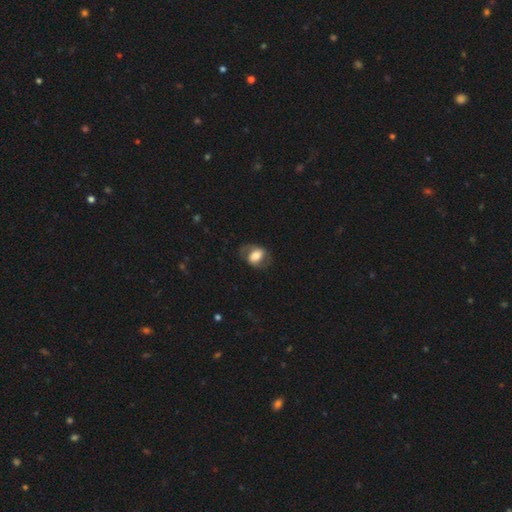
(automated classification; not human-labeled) Smooth or featured? smooth (55%)
How rounded? in between (71%)
Merging? none (64%)